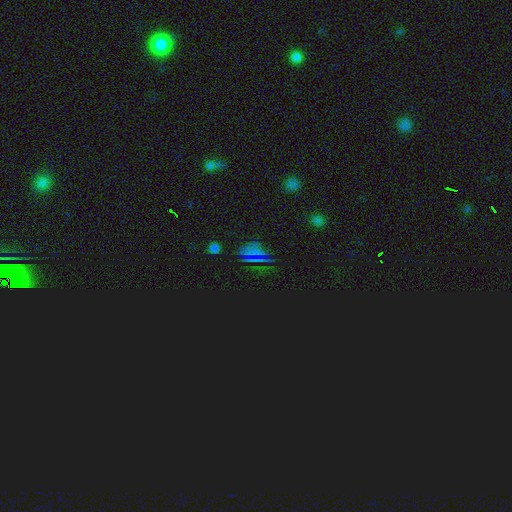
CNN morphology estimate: A star or artifact, not a galaxy (56%).

Vote fractions:
- Smooth or featured? star or artifact: 56% / smooth: 37% / featured or disk: 8%